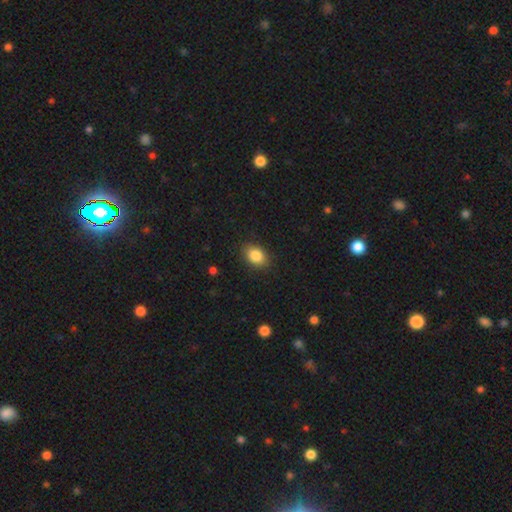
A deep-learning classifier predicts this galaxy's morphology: Smooth or featured: smooth — 86% (star or artifact — 8%)
How rounded: in between — 77% (round — 22%)
Merging: none — 87% (minor disturbance — 10%)